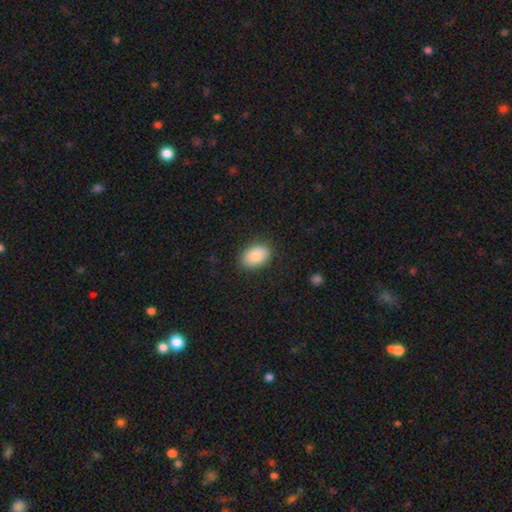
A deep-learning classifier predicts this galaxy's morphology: Q: Smooth or featured?
A: smooth (86%); runner-up: featured or disk (7%)
Q: How rounded?
A: in between (88%); runner-up: round (11%)
Q: Merging?
A: none (86%); runner-up: minor disturbance (11%)